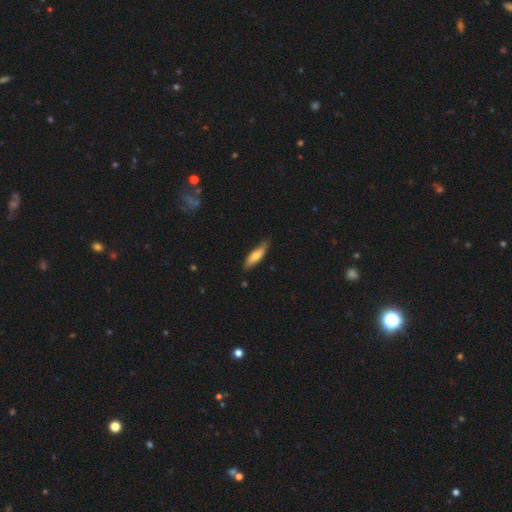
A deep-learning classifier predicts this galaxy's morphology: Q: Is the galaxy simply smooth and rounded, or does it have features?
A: smooth — 66%.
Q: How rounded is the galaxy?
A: cigar-shaped — 56%.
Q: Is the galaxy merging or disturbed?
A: none — 72%.